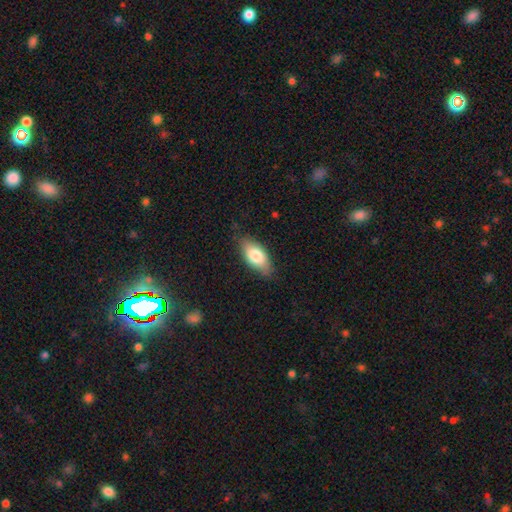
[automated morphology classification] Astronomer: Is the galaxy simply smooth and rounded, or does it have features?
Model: smooth — 78%.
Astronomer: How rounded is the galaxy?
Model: in between — 89%.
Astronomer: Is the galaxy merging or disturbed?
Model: none — 79%.